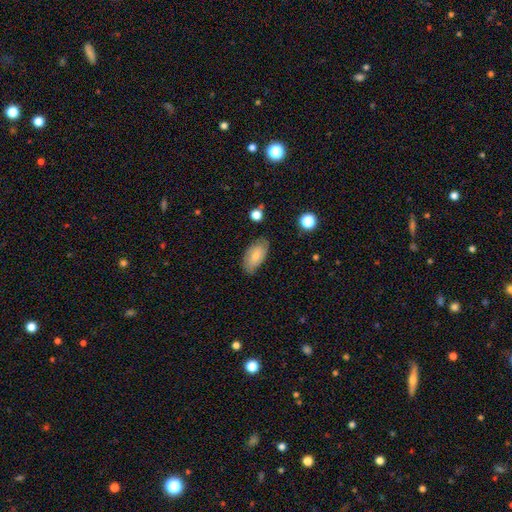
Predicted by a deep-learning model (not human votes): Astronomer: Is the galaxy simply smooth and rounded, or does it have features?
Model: smooth — 76%.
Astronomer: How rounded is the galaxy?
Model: in between — 92%.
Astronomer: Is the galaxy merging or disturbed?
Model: none — 76%.